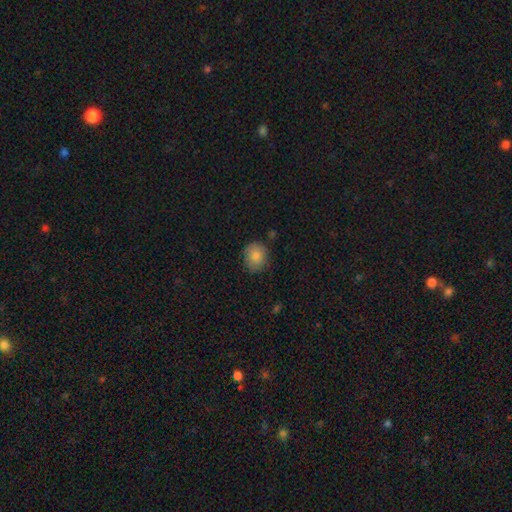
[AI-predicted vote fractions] This appears to be a smooth galaxy with no disk features (85%) that is round (74%). Merging: none (81%).